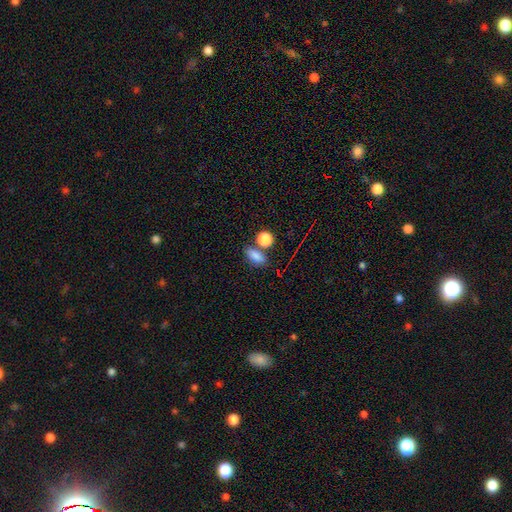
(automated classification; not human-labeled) Q: Smooth or featured?
A: smooth (81%); runner-up: star or artifact (13%)
Q: How rounded?
A: in between (76%); runner-up: round (15%)
Q: Merging?
A: none (66%); runner-up: merger (17%)